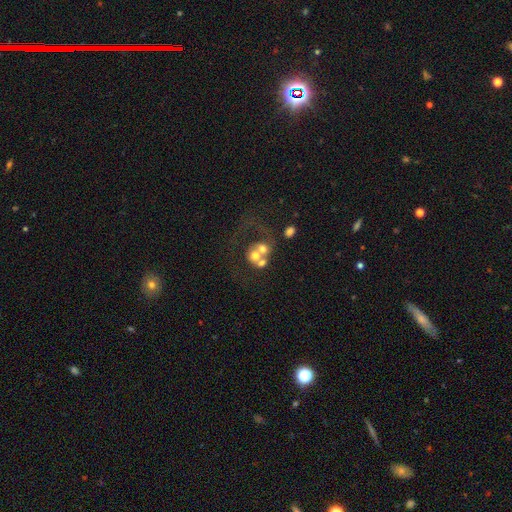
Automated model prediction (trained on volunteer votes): Smooth or featured: smooth — 47% (featured or disk — 41%)
Merging: merger — 60% (none — 19%)